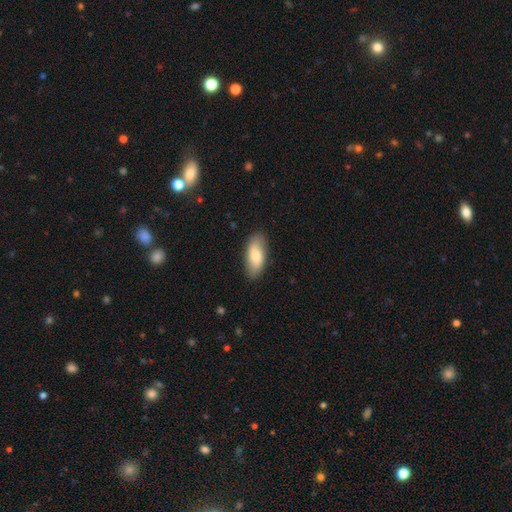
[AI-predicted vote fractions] This appears to be a smooth galaxy with no disk features (76%) that is in between round and cigar-shaped (88%). Merging: none (84%).